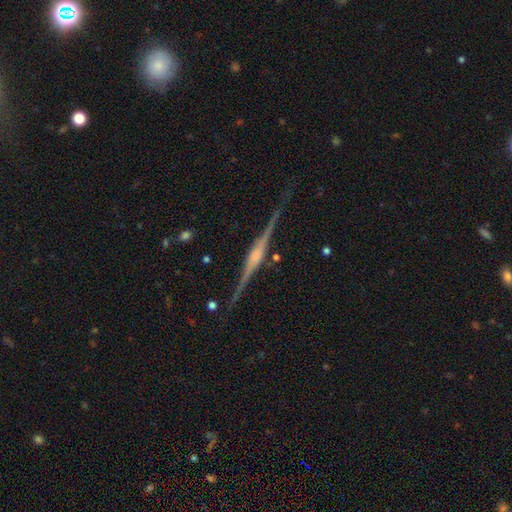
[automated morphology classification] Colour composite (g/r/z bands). It shows a featured or disk galaxy (88%) viewed edge-on (98%) with a rounded central bulge (69%). Merging: none (86%).